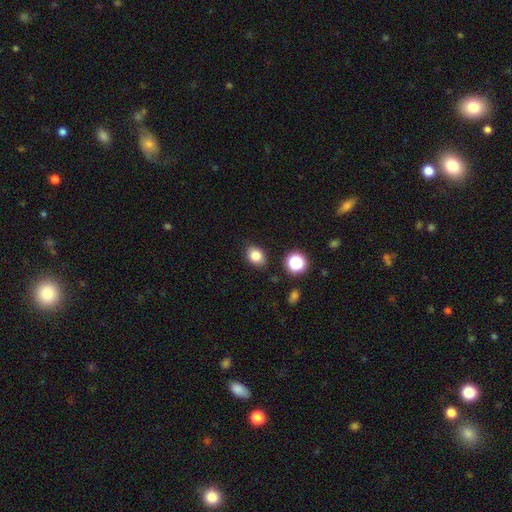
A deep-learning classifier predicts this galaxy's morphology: Smooth or featured: smooth — 83% (star or artifact — 11%)
How rounded: in between — 63% (round — 36%)
Merging: none — 83% (minor disturbance — 11%)